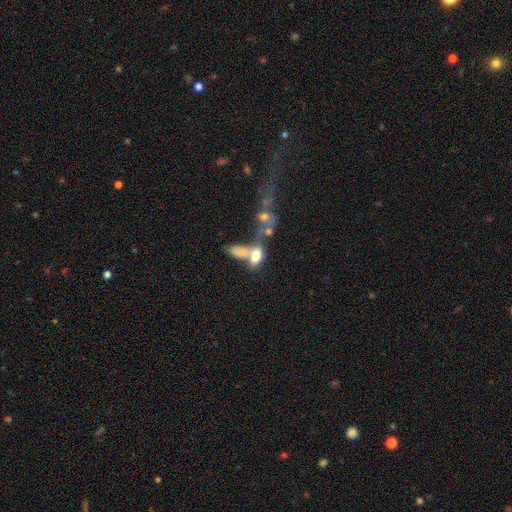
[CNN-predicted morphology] A smooth galaxy with no disk features (67%) that is in between round and cigar-shaped (84%).

Vote fractions:
- Smooth or featured? smooth: 67% / featured or disk: 22% / star or artifact: 11%
- How rounded? in between: 84% / cigar-shaped: 9% / round: 7%
- Merging? merger: 57% / none: 21% / major disturbance: 12% / minor disturbance: 10%